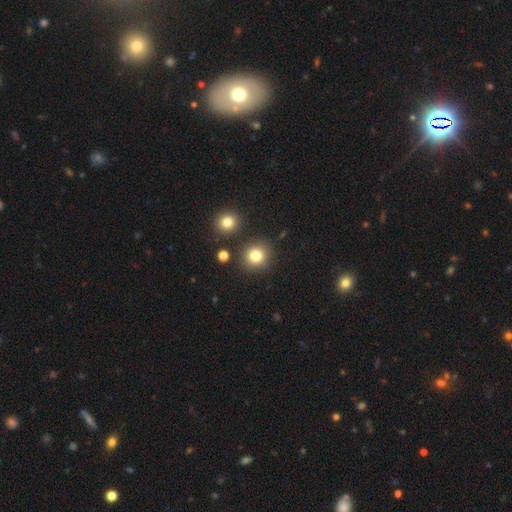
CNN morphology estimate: Smooth or featured? smooth (81%)
How rounded? round (88%)
Merging? none (84%)